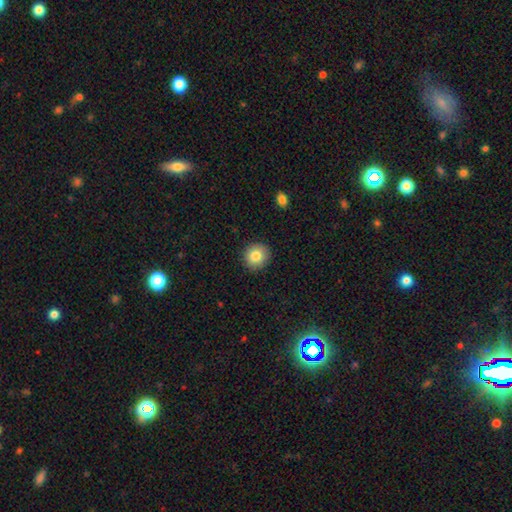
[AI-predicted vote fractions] This is clearly a smooth galaxy (82%). How rounded: clearly round (90%). Merging: clearly none (90%).